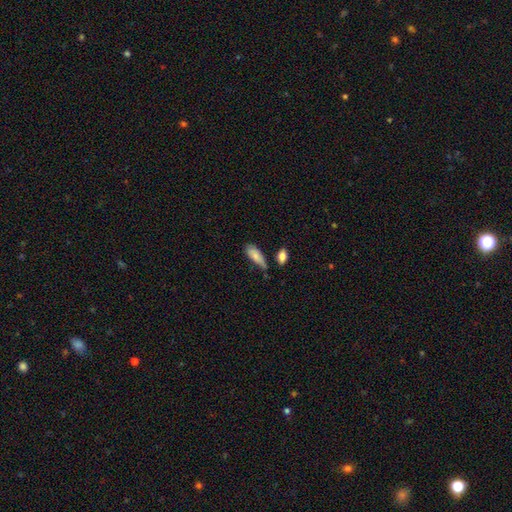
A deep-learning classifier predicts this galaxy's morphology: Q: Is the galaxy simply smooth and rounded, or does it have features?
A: smooth — 77%.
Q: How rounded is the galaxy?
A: in between — 77%.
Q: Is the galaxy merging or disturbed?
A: none — 45%.